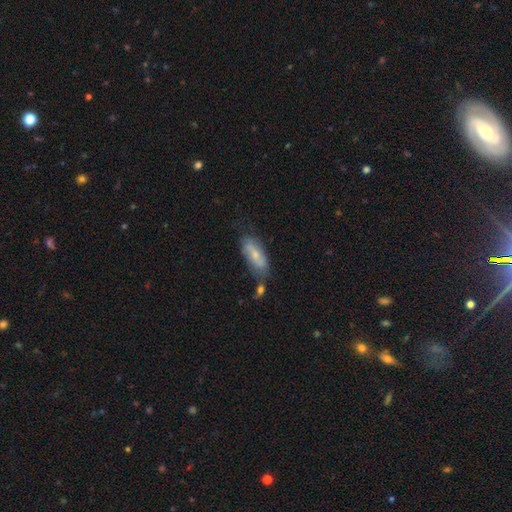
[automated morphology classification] A smooth galaxy with no disk features (59%) that is in between round and cigar-shaped (73%).

Vote fractions:
- Smooth or featured? smooth: 59% / featured or disk: 35% / star or artifact: 7%
- How rounded? in between: 73% / cigar-shaped: 25% / round: 3%
- Merging? none: 56% / minor disturbance: 24% / merger: 12% / major disturbance: 8%